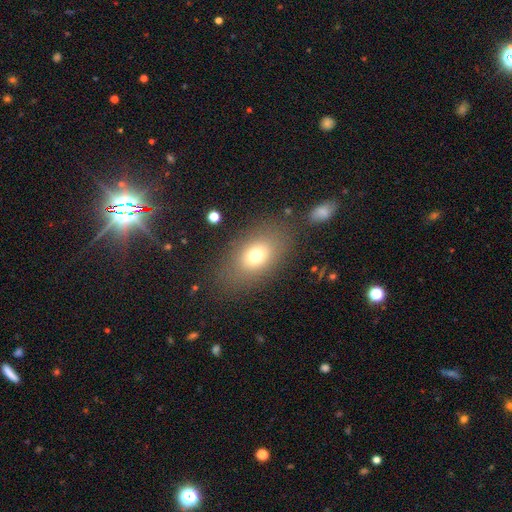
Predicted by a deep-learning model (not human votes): Morphology: type=smooth (71%); roundness=in between (77%); merging=none (79%).